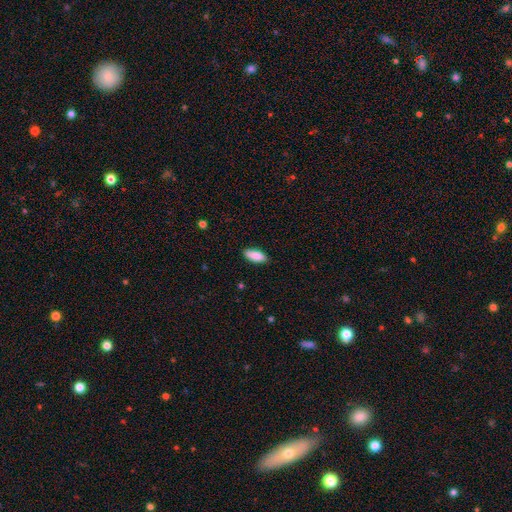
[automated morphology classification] The model was most divided on "how rounded": in between: 77%, cigar-shaped: 21%, round: 2%. More confident: smooth or featured — smooth (87%); merging — none (86%).